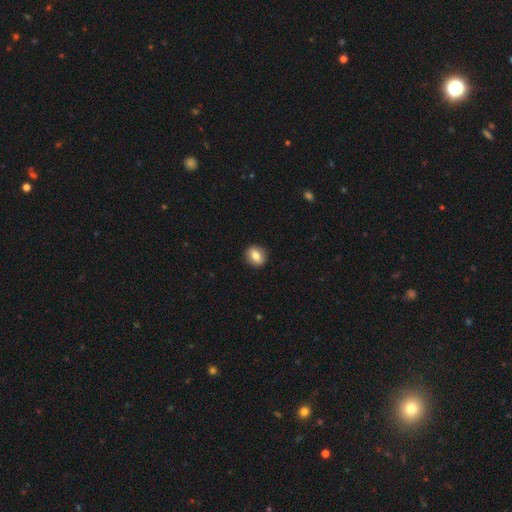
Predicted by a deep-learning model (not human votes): Smooth or featured? Predicted: smooth (p=0.75). How rounded? Predicted: round (p=0.62). Merging? Predicted: none (p=0.90).